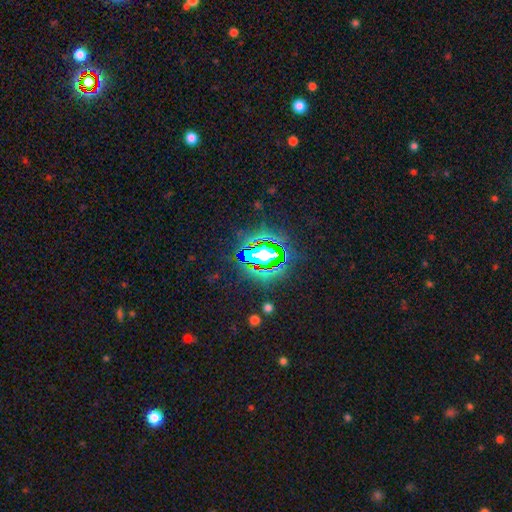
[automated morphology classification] star or artifact 79%, smooth 11%, featured or disk 10%.